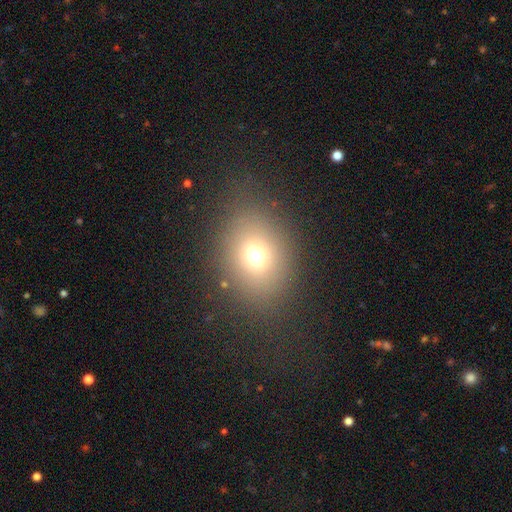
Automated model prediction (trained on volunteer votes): Overall: smooth (68%). How rounded: in between (50%; round 49%). Merging: none (80%).